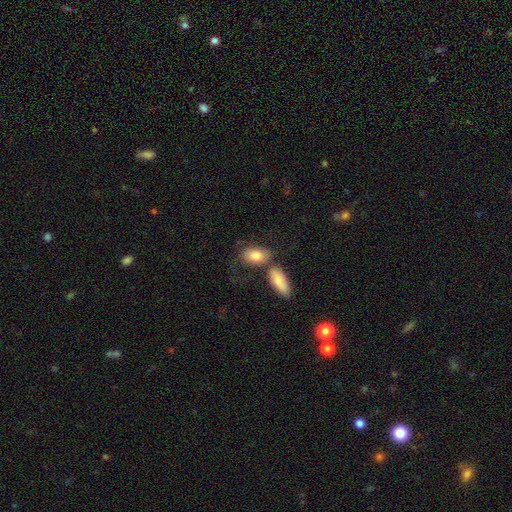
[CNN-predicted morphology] type=smooth (83%); roundness=in between (90%); merging=none (52%).